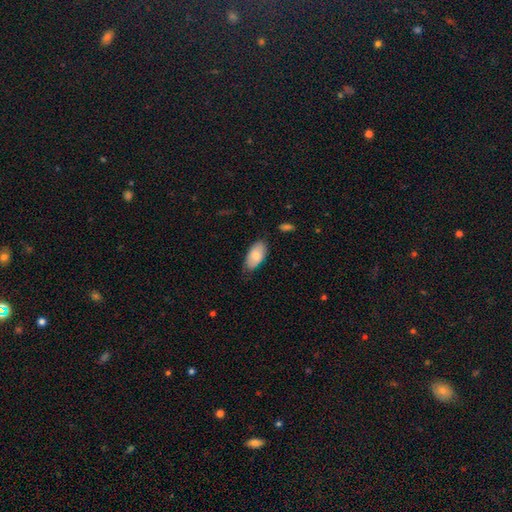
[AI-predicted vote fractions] Q: Smooth or featured?
A: smooth (78%); runner-up: featured or disk (16%)
Q: How rounded?
A: in between (94%); runner-up: cigar-shaped (3%)
Q: Merging?
A: none (75%); runner-up: minor disturbance (21%)